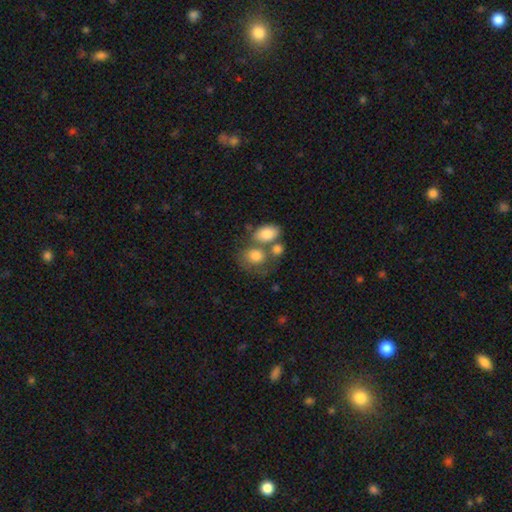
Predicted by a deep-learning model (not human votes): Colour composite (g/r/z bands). It shows a smooth galaxy with no disk features (77%) that is round (52%). Merging: merger (40%).